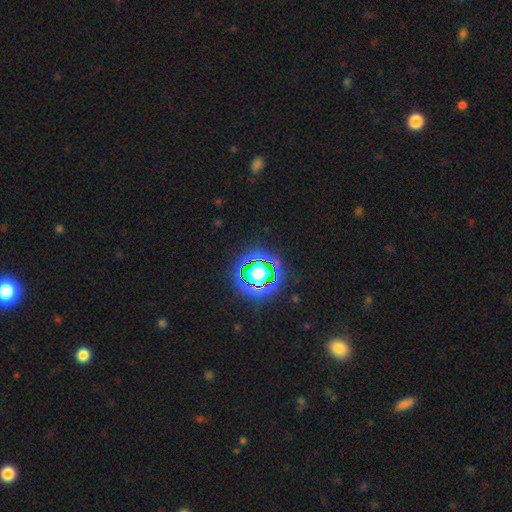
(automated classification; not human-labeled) Smooth or featured? Predicted: star or artifact (p=0.81).